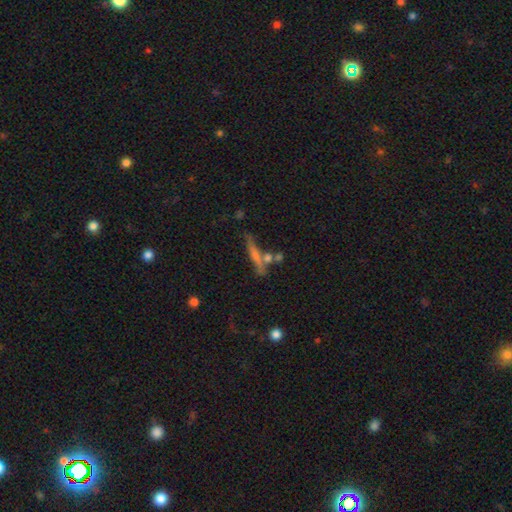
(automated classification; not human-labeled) This appears to be a featured or disk galaxy (52%) viewed edge-on (89%). Merging: none (64%).